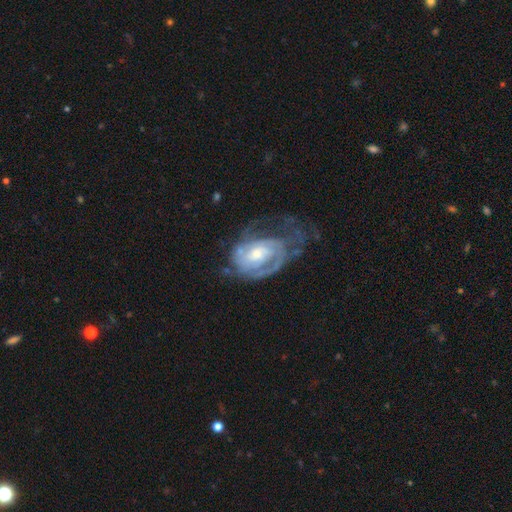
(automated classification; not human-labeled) Morphology: type=featured or disk (78%); edge-on=no (96%); bar=no (60%); spiral arms=yes (84%); winding=tight (57%); arm count=can't tell (39%); bulge=moderate (50%); merging=none (40%).